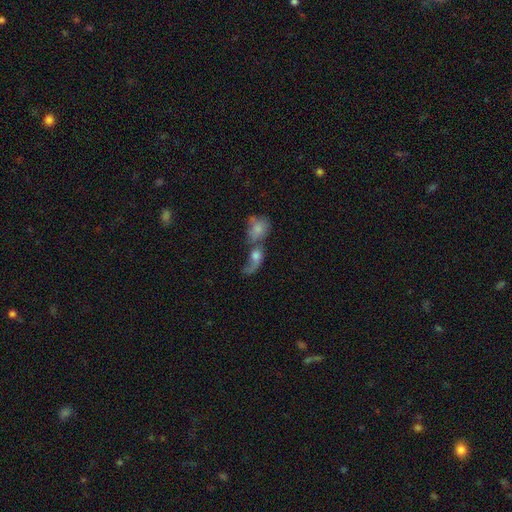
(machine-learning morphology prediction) A smooth galaxy with no disk features (45%).

Vote fractions:
- Smooth or featured? smooth: 45% / featured or disk: 29% / star or artifact: 26%
- Merging? merger: 46% / none: 34% / minor disturbance: 10% / major disturbance: 9%